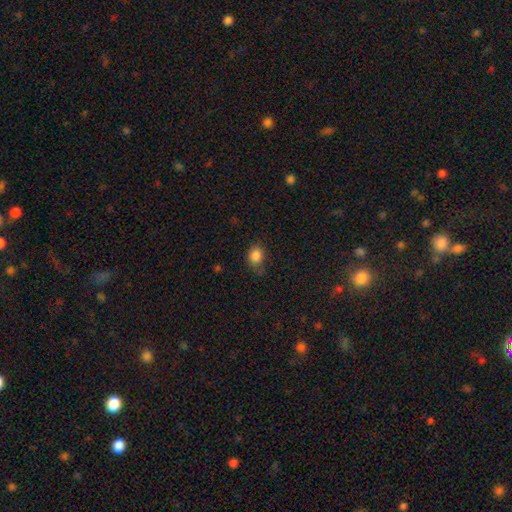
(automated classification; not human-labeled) Smooth or featured: smooth — 85% (star or artifact — 10%)
How rounded: in between — 58% (round — 41%)
Merging: none — 63% (minor disturbance — 27%)